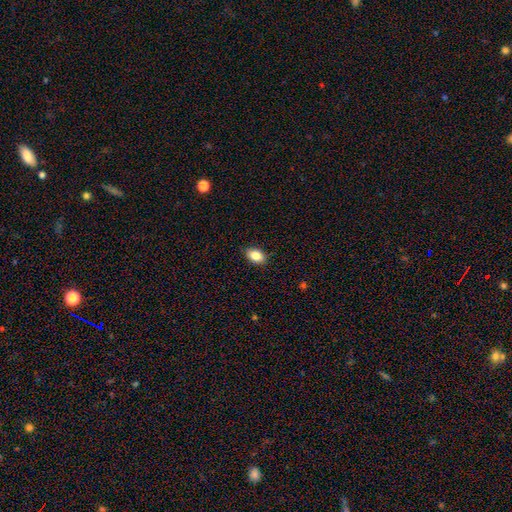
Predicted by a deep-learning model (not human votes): Smooth or featured? smooth (85%)
How rounded? in between (85%)
Merging? none (87%)